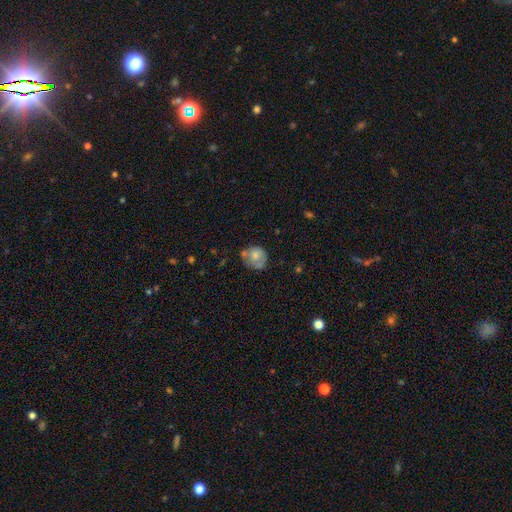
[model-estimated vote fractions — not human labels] Q: Smooth or featured?
A: smooth (61%); runner-up: featured or disk (31%)
Q: How rounded?
A: round (72%); runner-up: in between (27%)
Q: Merging?
A: none (47%); runner-up: minor disturbance (31%)